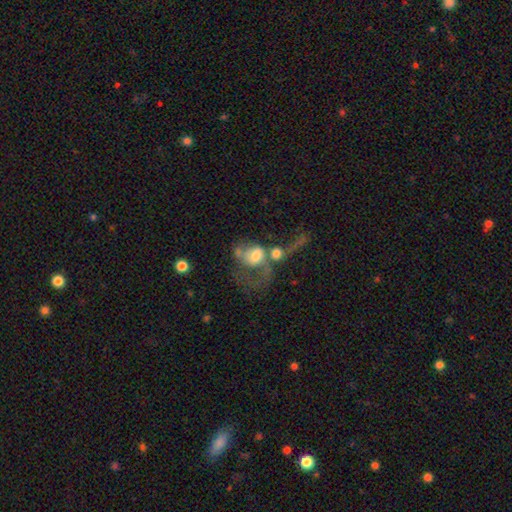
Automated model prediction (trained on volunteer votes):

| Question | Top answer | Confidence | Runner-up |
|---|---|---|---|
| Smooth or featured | featured or disk | 48% | smooth (42%) |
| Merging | merger | 54% | major disturbance (28%) |